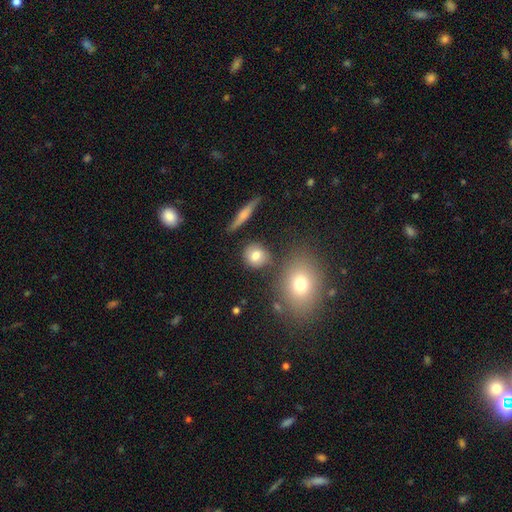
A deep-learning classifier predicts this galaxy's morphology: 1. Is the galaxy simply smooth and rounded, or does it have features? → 77% smooth, 13% featured or disk, 11% star or artifact.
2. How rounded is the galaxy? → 78% round, 20% in between, 2% cigar-shaped.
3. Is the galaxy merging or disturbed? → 78% none, 11% minor disturbance, 7% merger, 4% major disturbance.